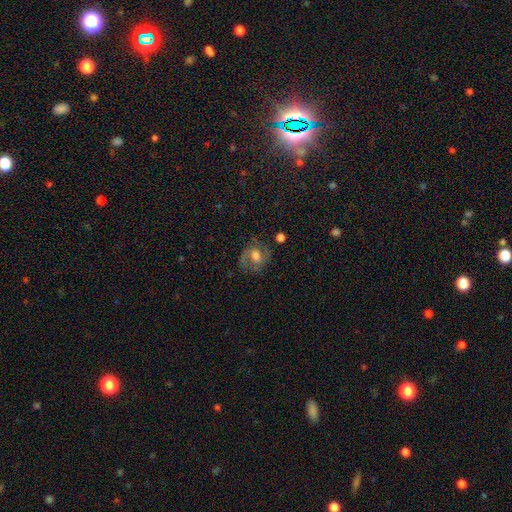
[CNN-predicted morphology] Overall: featured or disk (48%; smooth 42%). Merging: none (63%).